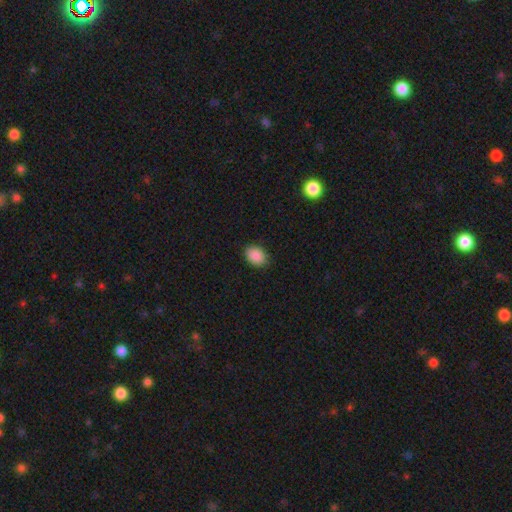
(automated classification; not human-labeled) Smooth or featured?
  - smooth: 89% *
  - star or artifact: 8%
  - featured or disk: 3%
How rounded?
  - in between: 69% *
  - round: 30%
  - cigar-shaped: 1%
Merging?
  - none: 87% *
  - minor disturbance: 10%
  - major disturbance: 2%
  - merger: 1%